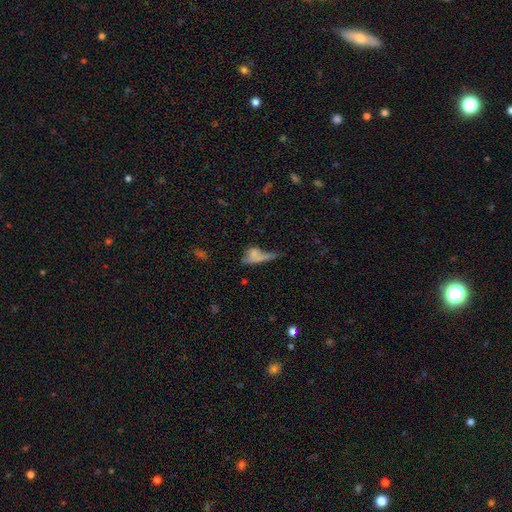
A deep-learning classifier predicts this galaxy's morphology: The model was most divided on "merging": merger: 32%, none: 28%, major disturbance: 23%, minor disturbance: 17%. More confident: smooth or featured — smooth (59%); how rounded — in between (51%).